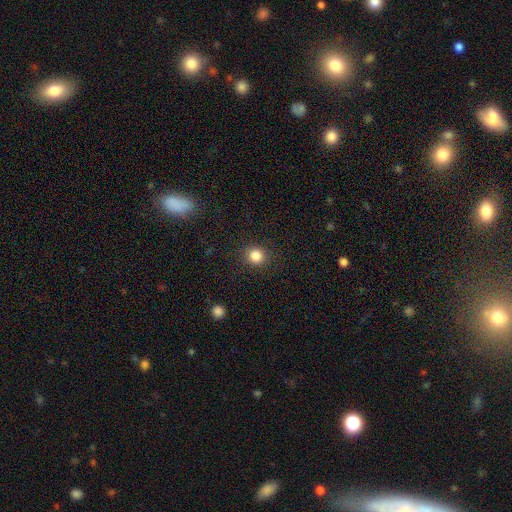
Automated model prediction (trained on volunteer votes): A smooth galaxy with no disk features (84%) that is round (88%). Merging: none (90%).